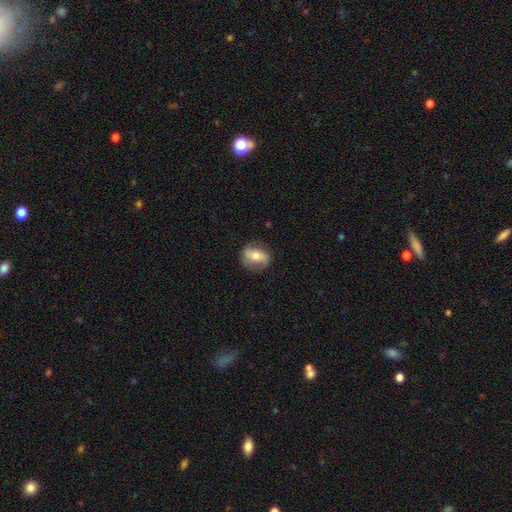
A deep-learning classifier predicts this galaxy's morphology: Smooth or featured? smooth (52%)
How rounded? in between (54%)
Merging? none (77%)